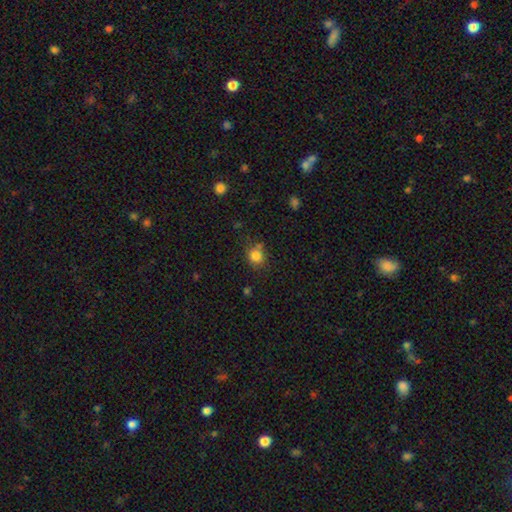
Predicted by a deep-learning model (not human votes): Overall: smooth (82%). How rounded: round (76%). Merging: none (69%).